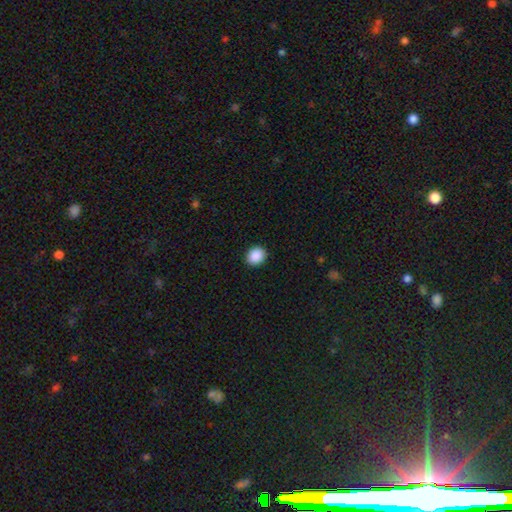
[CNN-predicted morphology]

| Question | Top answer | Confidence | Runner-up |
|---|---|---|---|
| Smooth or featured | smooth | 90% | star or artifact (8%) |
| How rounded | round | 66% | in between (34%) |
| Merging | none | 91% | minor disturbance (6%) |